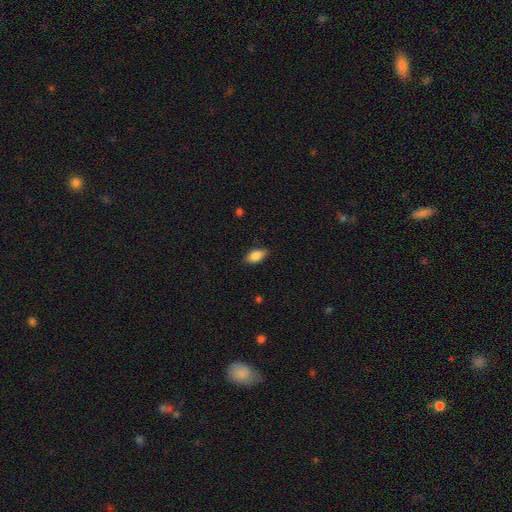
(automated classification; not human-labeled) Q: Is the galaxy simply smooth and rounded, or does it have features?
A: smooth — 86%.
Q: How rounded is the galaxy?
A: in between — 91%.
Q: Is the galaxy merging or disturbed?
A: none — 85%.